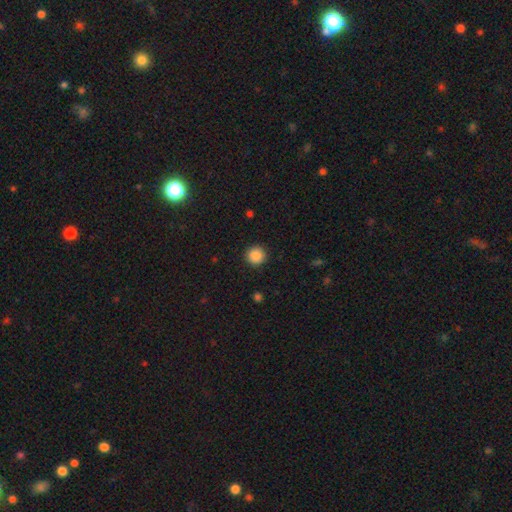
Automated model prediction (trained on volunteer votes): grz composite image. It shows a smooth galaxy with no disk features (87%) that is round (95%). Merging: none (92%).